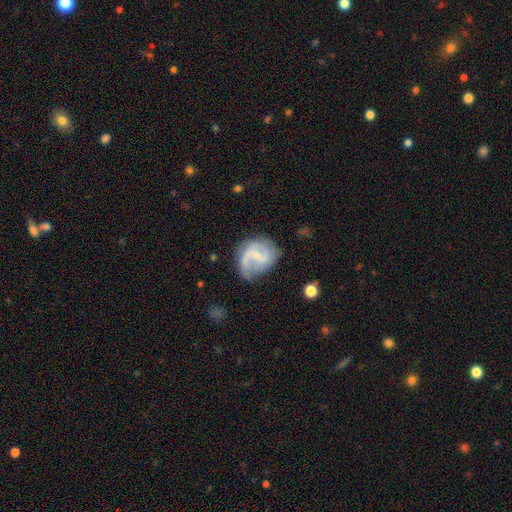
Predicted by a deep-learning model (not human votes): Overall: featured or disk (70%). Edge-on disk: no (98%). Bar: weak (53%; no 30%). Spiral arms: yes (87%). Spiral arm count: 2 (66%). Spiral winding: loose (45%; medium 40%). Bulge size: small (62%). Merging: none (50%; minor disturbance 28%).